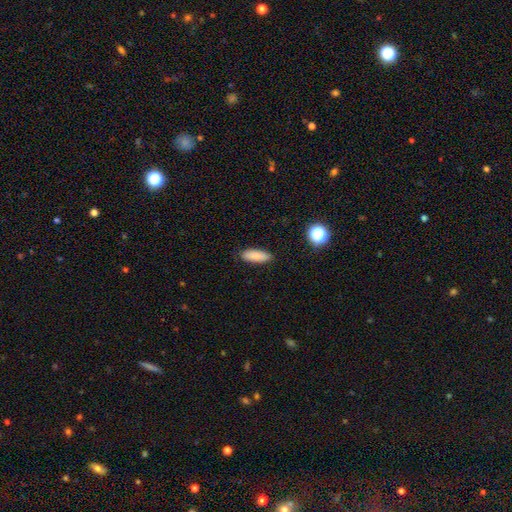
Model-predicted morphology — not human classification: The model was most divided on "how rounded": in between: 62%, cigar-shaped: 35%, round: 2%. More confident: merging — none (88%); smooth or featured — smooth (85%).